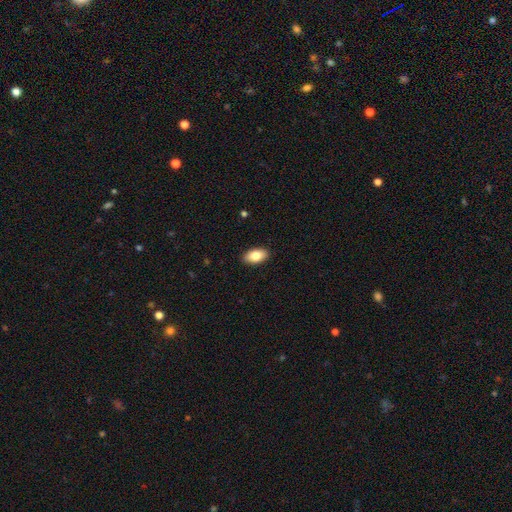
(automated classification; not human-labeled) Smooth or featured: smooth — 82% (featured or disk — 11%)
How rounded: in between — 93% (round — 4%)
Merging: none — 90% (minor disturbance — 7%)